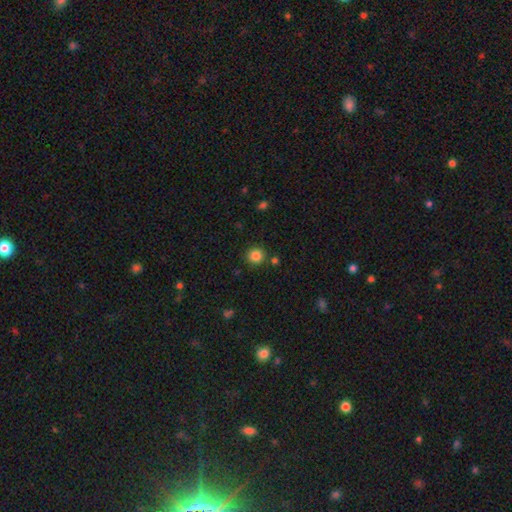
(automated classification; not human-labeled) smooth_or_featured: smooth (p=0.85) [alt: star or artifact p=0.11]
how_rounded: round (p=0.92) [alt: in between p=0.07]
merging: none (p=0.86) [alt: minor disturbance p=0.07]